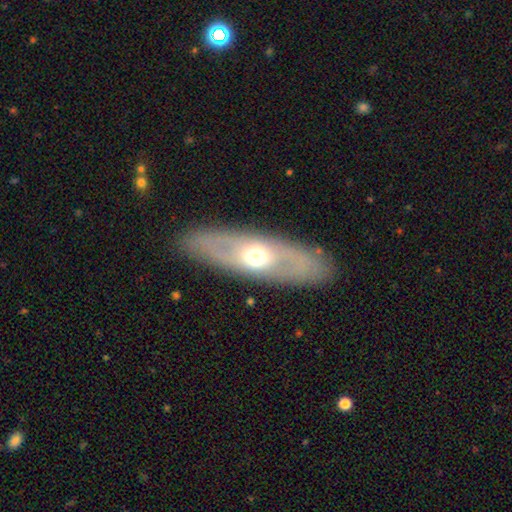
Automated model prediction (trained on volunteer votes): A featured or disk galaxy (57%).

Vote fractions:
- Smooth or featured? featured or disk: 57% / smooth: 37% / star or artifact: 6%
- Edge-on disk? no: 68% / yes: 32%
- Merging? none: 86% / minor disturbance: 10% / major disturbance: 4% / merger: 1%